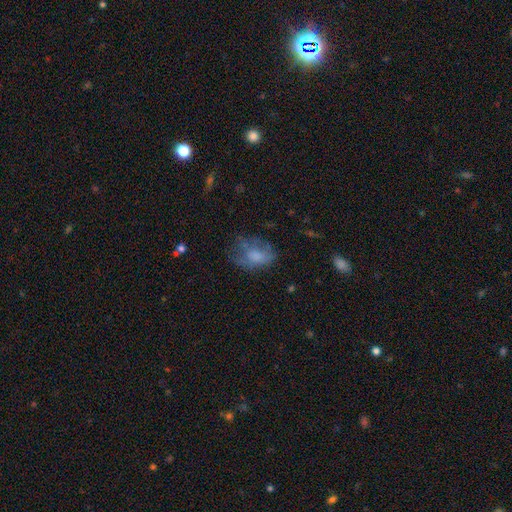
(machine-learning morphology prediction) smooth_or_featured: smooth (p=0.63) [alt: featured or disk p=0.26]
how_rounded: in between (p=0.77) [alt: round p=0.21]
merging: none (p=0.43) [alt: major disturbance p=0.27]